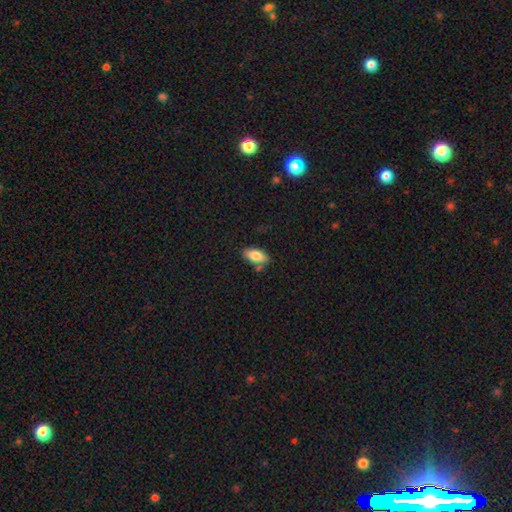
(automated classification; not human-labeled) A smooth galaxy with no disk features (82%) that is in between round and cigar-shaped (90%). Merging: none (72%).